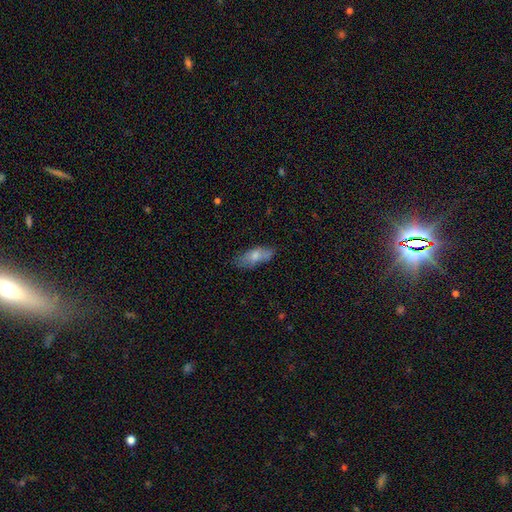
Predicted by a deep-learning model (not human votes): Q: Smooth or featured?
A: smooth (74%); runner-up: featured or disk (19%)
Q: How rounded?
A: in between (76%); runner-up: cigar-shaped (21%)
Q: Merging?
A: none (62%); runner-up: minor disturbance (27%)